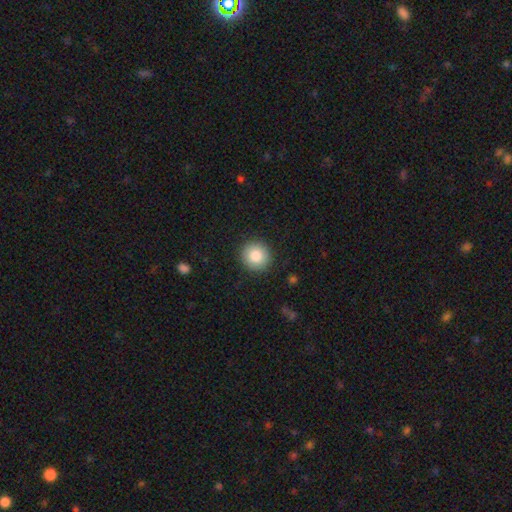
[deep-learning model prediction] A smooth galaxy with no disk features (84%) that is round (93%).

Vote fractions:
- Smooth or featured? smooth: 84% / star or artifact: 8% / featured or disk: 8%
- How rounded? round: 93% / in between: 6% / cigar-shaped: 1%
- Merging? none: 91% / minor disturbance: 6% / major disturbance: 2% / merger: 1%